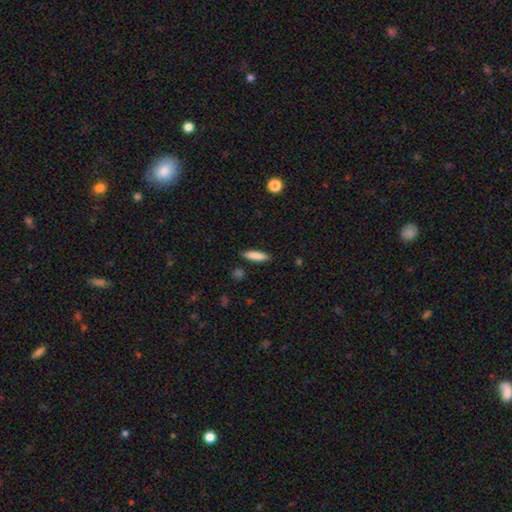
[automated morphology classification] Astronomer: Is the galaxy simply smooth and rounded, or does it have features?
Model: smooth — 85%.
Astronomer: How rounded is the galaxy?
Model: cigar-shaped — 69%.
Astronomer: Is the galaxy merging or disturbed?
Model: none — 87%.